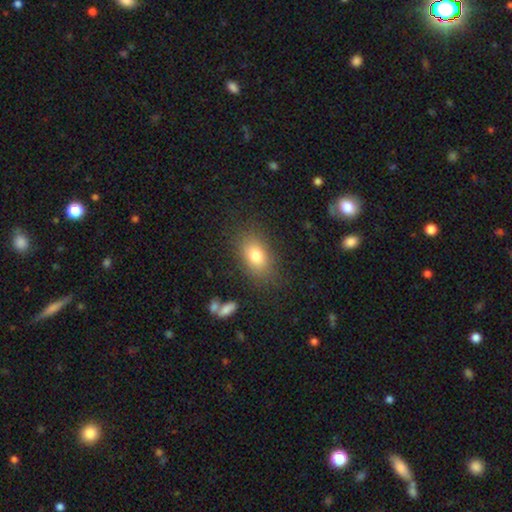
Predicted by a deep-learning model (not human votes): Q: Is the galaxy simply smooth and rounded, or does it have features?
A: smooth — 79%.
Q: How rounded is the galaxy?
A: in between — 82%.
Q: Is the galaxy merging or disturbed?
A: none — 81%.